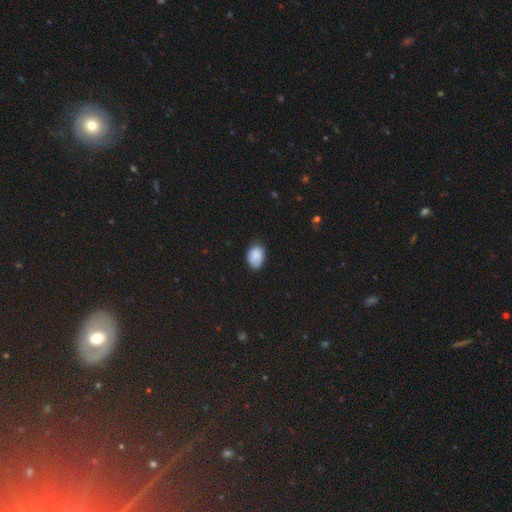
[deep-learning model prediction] Morphology: type=smooth (85%); roundness=in between (80%); merging=none (68%).